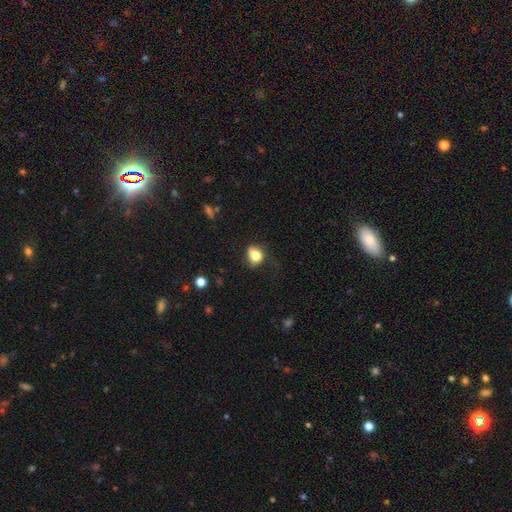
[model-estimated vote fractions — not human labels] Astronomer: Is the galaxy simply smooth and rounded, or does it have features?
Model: smooth — 75%.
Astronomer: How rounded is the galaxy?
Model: round — 67%.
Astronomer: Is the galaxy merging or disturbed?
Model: none — 40% (runner-up: merger, 31%).